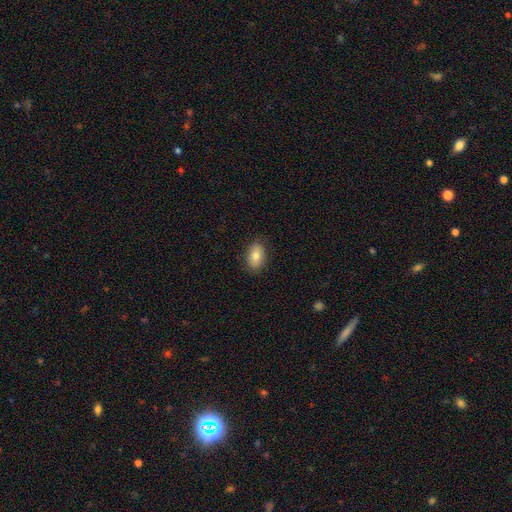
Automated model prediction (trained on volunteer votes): Smooth or featured? smooth (79%)
How rounded? in between (89%)
Merging? none (87%)